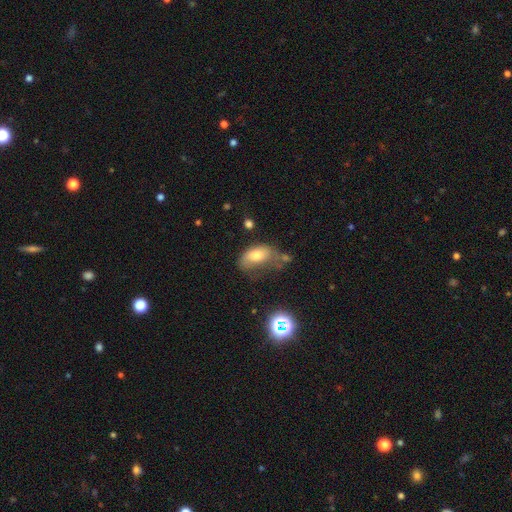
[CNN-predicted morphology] Smooth or featured? smooth (70%)
How rounded? in between (90%)
Merging? minor disturbance (31%)